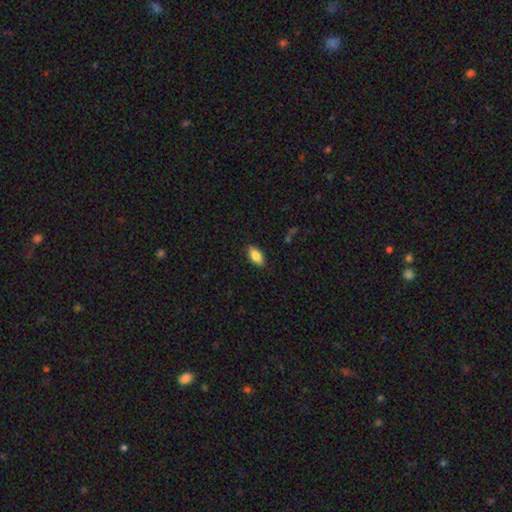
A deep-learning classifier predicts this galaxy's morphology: The model was most divided on "smooth or featured": smooth: 83%, featured or disk: 10%, star or artifact: 7%. More confident: how rounded — in between (90%); merging — none (88%).